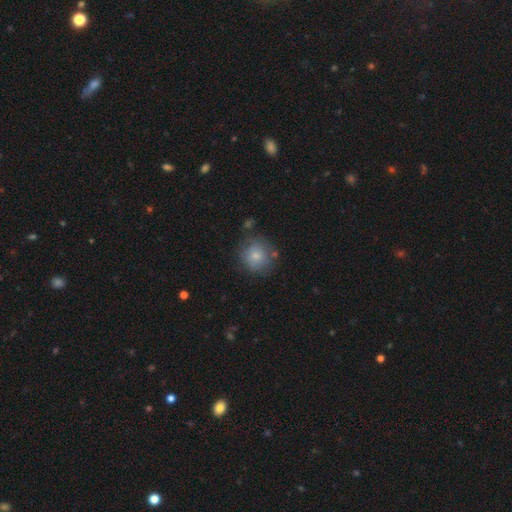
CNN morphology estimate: Smooth or featured? Predicted: smooth (p=0.78). How rounded? Predicted: round (p=0.89). Merging? Predicted: none (p=0.70).